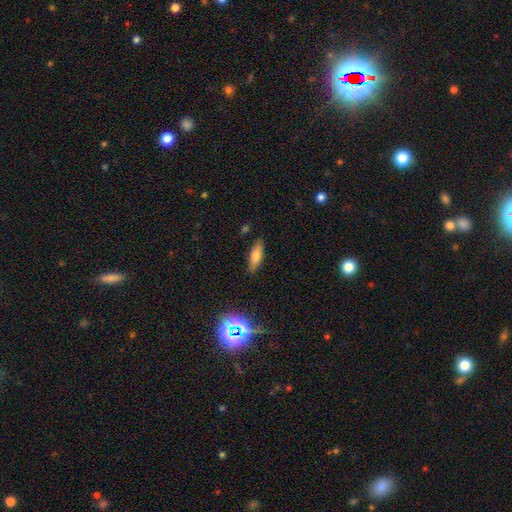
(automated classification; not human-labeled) This appears to be a smooth galaxy with no disk features (70%) that is in between round and cigar-shaped (57%). Merging: none (85%).